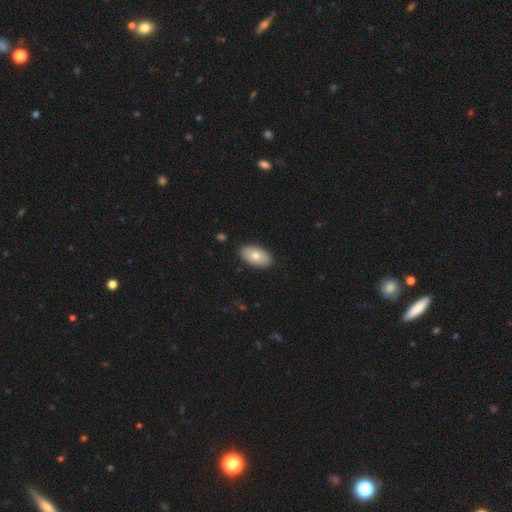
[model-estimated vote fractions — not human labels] Overall: smooth (74%). How rounded: in between (94%). Merging: none (89%).